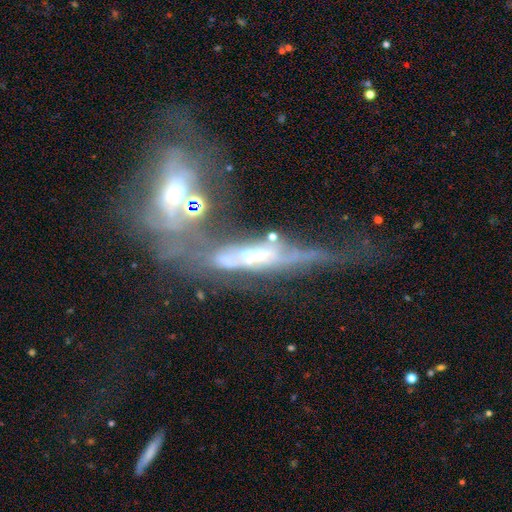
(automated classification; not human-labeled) A featured or disk galaxy (71%). Merging: merger (41%).